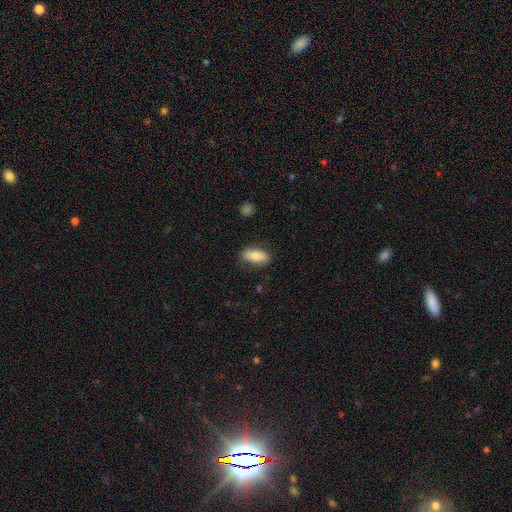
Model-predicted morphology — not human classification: The model was most divided on "smooth or featured": smooth: 76%, featured or disk: 18%, star or artifact: 6%. More confident: how rounded — in between (85%); merging — none (82%).